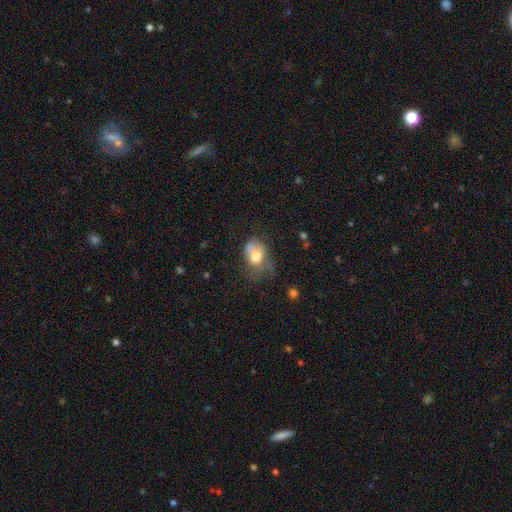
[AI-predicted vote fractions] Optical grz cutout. It shows a smooth galaxy with no disk features (63%) that is in between round and cigar-shaped (70%). Merging: major disturbance (38%).